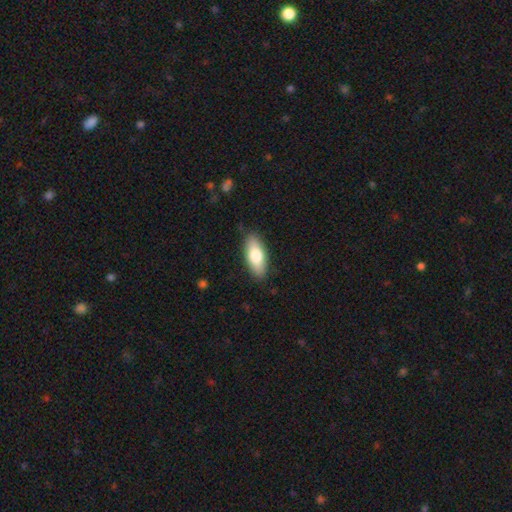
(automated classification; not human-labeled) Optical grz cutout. It shows a smooth galaxy with no disk features (75%) that is in between round and cigar-shaped (77%). Merging: none (87%).